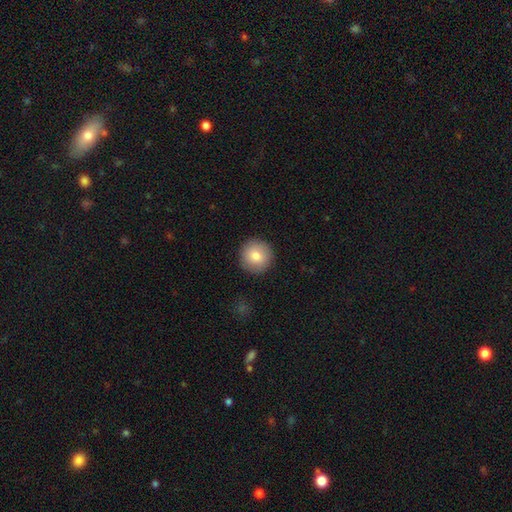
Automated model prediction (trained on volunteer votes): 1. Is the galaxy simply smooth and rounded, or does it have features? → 81% smooth, 11% featured or disk, 8% star or artifact.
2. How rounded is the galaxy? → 95% round, 4% in between, 1% cigar-shaped.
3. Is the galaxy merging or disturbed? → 91% none, 6% minor disturbance, 2% major disturbance, 1% merger.